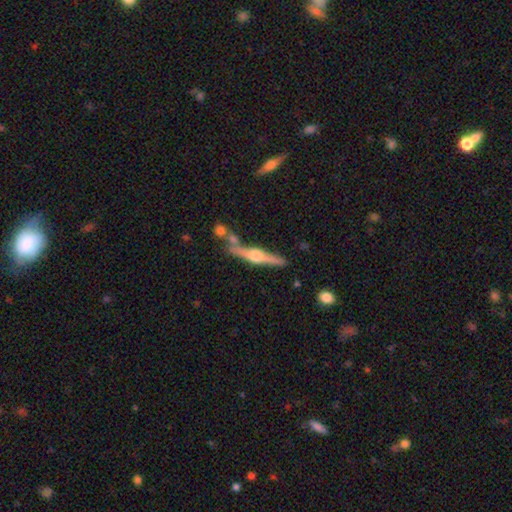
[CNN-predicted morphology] Overall: featured or disk (76%). Edge-on disk: yes (97%). Edge-on bulge: rounded (93%). Merging: none (72%).